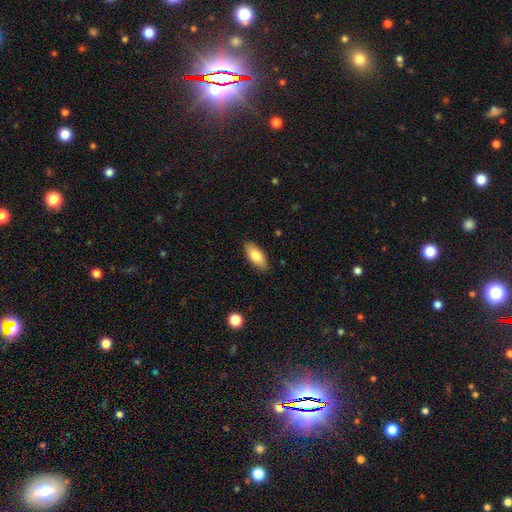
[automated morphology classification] Smooth or featured?
  - smooth: 84% *
  - featured or disk: 10%
  - star or artifact: 6%
How rounded?
  - in between: 87% *
  - cigar-shaped: 11%
  - round: 2%
Merging?
  - none: 87% *
  - minor disturbance: 10%
  - major disturbance: 2%
  - merger: 1%